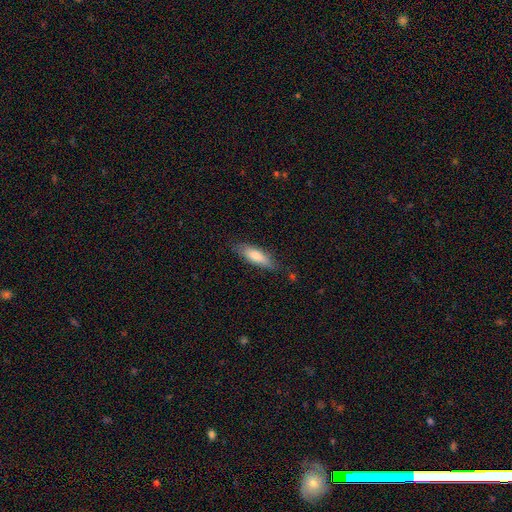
This is likely a smooth galaxy (73%). How rounded: possibly cigar-shaped (59%). Merging: clearly none (83%).